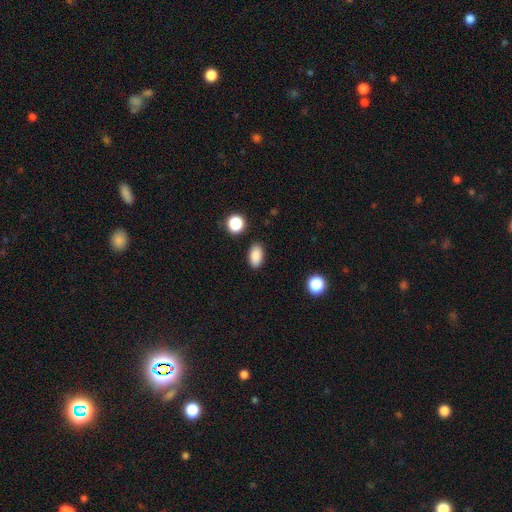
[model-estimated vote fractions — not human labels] Morphology: type=smooth (87%); roundness=in between (91%); merging=none (88%).